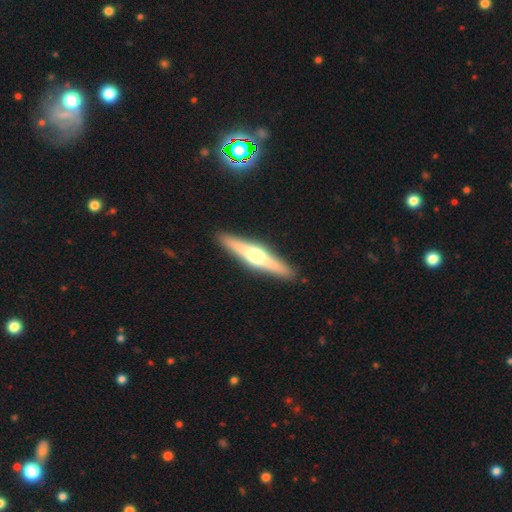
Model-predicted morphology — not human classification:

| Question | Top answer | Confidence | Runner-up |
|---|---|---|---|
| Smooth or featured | featured or disk | 63% | smooth (32%) |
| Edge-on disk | yes | 96% | no (4%) |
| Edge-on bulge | rounded | 93% | boxy (4%) |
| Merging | none | 91% | minor disturbance (6%) |